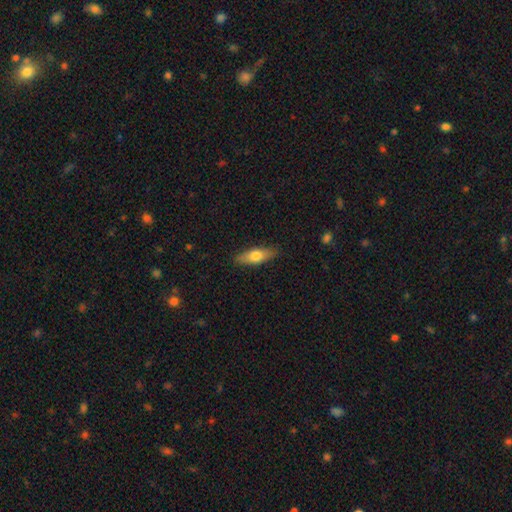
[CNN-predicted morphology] A smooth galaxy with no disk features (64%) that is in between round and cigar-shaped (57%).

Vote fractions:
- Smooth or featured? smooth: 64% / featured or disk: 30% / star or artifact: 6%
- How rounded? in between: 57% / cigar-shaped: 40% / round: 3%
- Merging? none: 87% / minor disturbance: 10% / major disturbance: 2% / merger: 1%